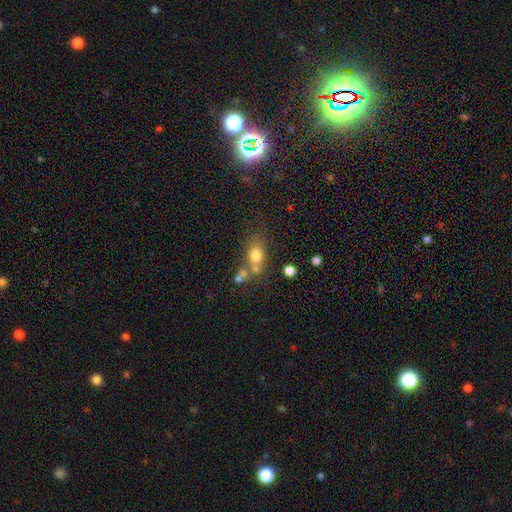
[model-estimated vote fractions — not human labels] Smooth or featured: smooth — 68% (star or artifact — 16%)
How rounded: in between — 54% (round — 42%)
Merging: none — 45% (merger — 34%)